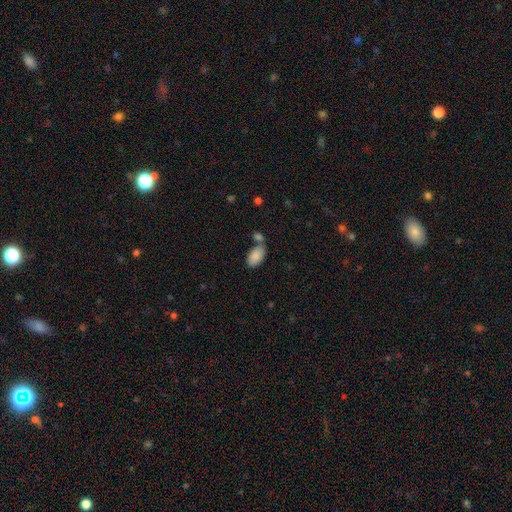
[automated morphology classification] This appears to be a smooth galaxy with no disk features (88%) that is in between round and cigar-shaped (94%). Merging: none (57%).